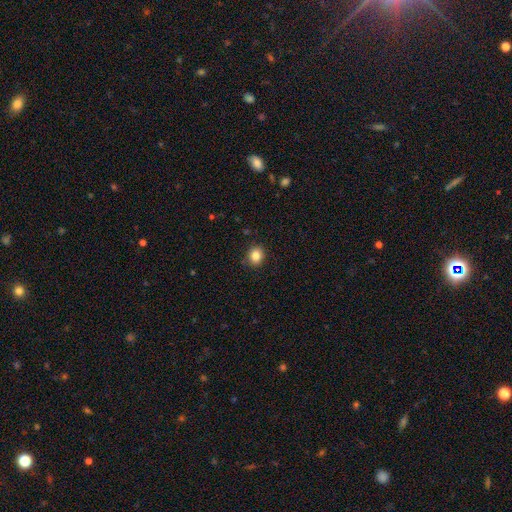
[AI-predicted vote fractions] A smooth galaxy with no disk features (84%) that is round (73%). Merging: none (89%).